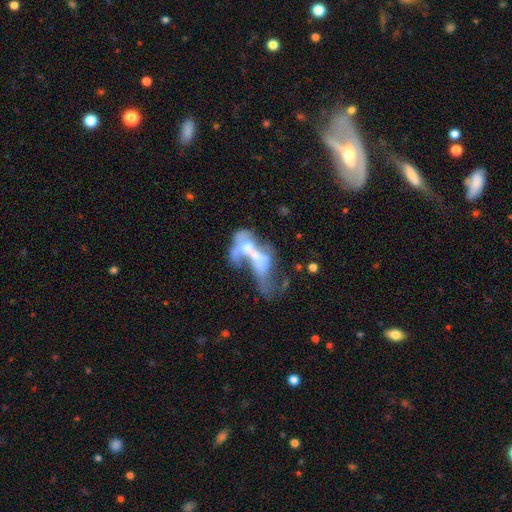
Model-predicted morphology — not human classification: smooth-or-featured: featured or disk: 58% | smooth: 30% | star or artifact: 12%
  disk-edge-on: no: 95% | yes: 5%
    bar: no: 80% | weak: 13% | strong: 7%
    has-spiral-arms: no: 86% | yes: 14%
    bulge-size: none: 36% | moderate: 31% | large: 16% | small: 14% | dominant: 3%
  merging: merger: 60% | major disturbance: 26% | none: 8% | minor disturbance: 6%